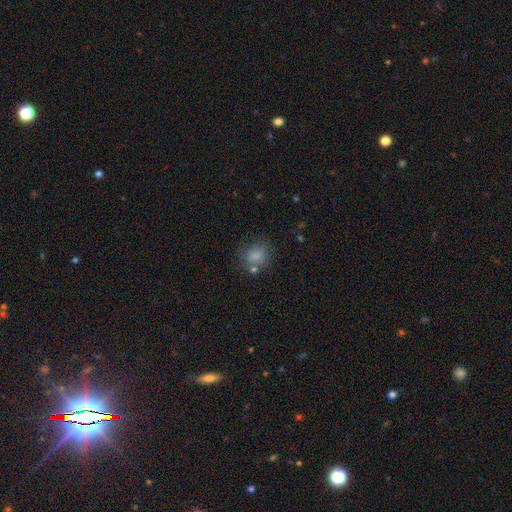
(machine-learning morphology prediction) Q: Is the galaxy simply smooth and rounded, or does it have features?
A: smooth — 79%.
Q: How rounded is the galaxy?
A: round — 62%.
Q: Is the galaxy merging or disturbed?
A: none — 65%.